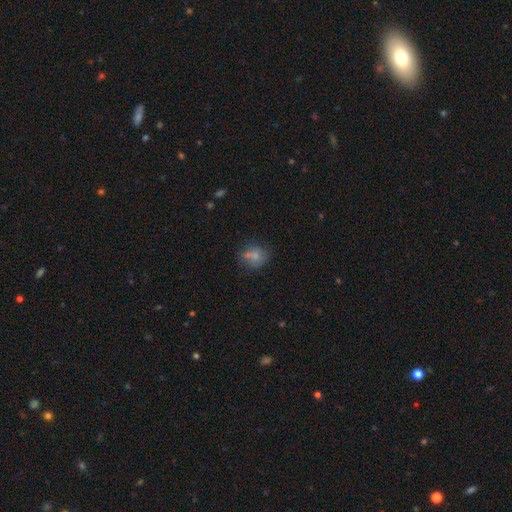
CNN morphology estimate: This appears to be a smooth galaxy with no disk features (63%) that is round (75%). Merging: none (66%).